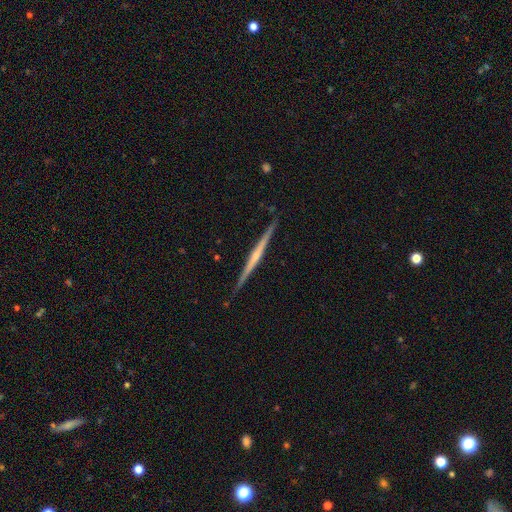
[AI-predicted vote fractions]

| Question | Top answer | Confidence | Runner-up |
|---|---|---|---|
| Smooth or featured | featured or disk | 76% | smooth (19%) |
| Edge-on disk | yes | 99% | no (1%) |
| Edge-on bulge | rounded | 48% | none (43%) |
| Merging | none | 91% | minor disturbance (7%) |